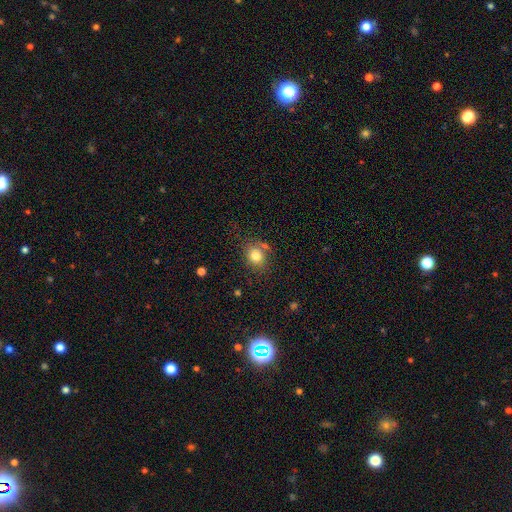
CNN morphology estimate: This is likely a smooth galaxy (79%). How rounded: likely round (64%). Merging: likely none (69%).